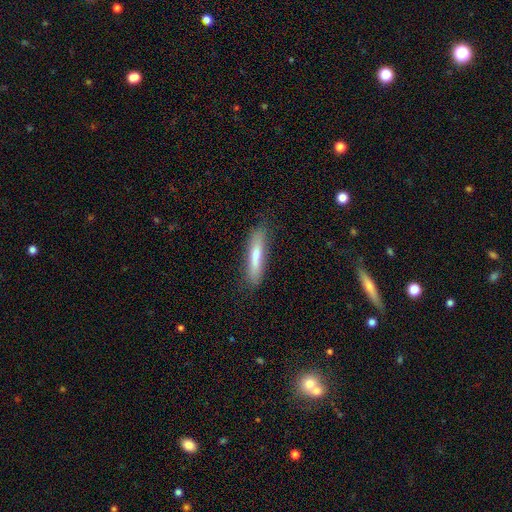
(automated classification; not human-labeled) Smooth or featured? Predicted: smooth (p=0.57). How rounded? Predicted: cigar-shaped (p=0.87). Merging? Predicted: none (p=0.84).